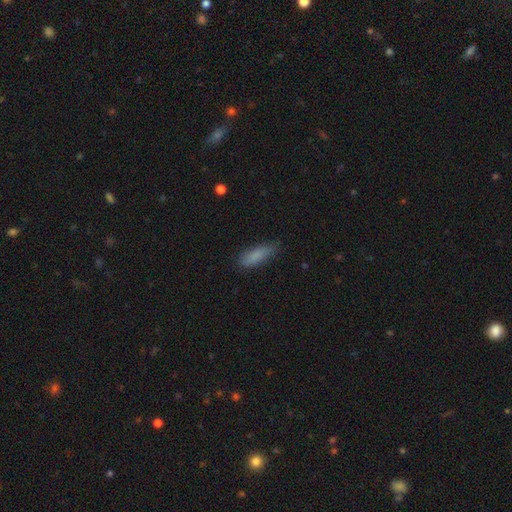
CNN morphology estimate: Smooth or featured?
  - smooth: 83% *
  - featured or disk: 9%
  - star or artifact: 8%
How rounded?
  - cigar-shaped: 49% * (tied)
  - in between: 49% * (tied)
  - round: 2%
Merging?
  - none: 70% *
  - minor disturbance: 23%
  - major disturbance: 5%
  - merger: 2%